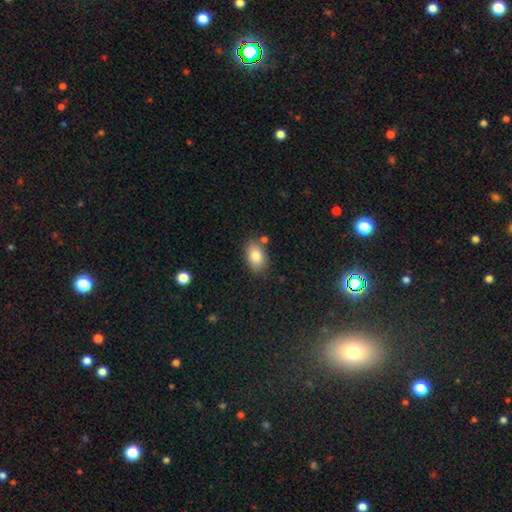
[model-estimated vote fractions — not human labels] A smooth galaxy with no disk features (83%) that is in between round and cigar-shaped (89%). Merging: none (76%).